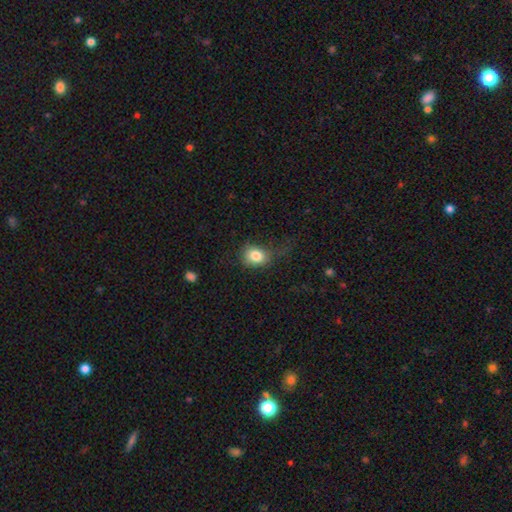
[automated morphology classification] This appears to be a smooth galaxy with no disk features (82%) that is round (55%). Merging: none (52%).